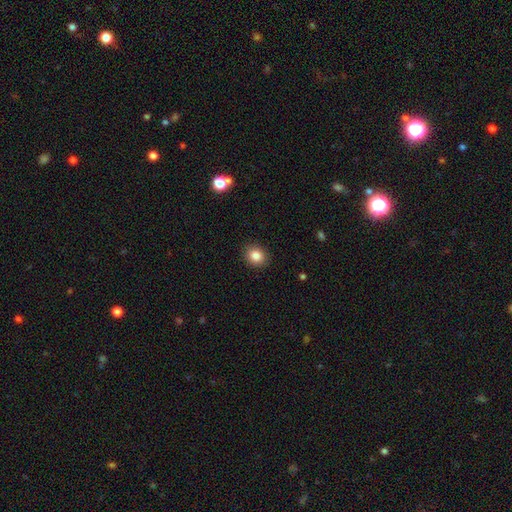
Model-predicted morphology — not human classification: smooth-or-featured: smooth: 85% | star or artifact: 9% | featured or disk: 5%
  how-rounded: round: 66% | in between: 34% | cigar-shaped: 1%
  merging: none: 90% | minor disturbance: 7% | major disturbance: 2% | merger: 1%